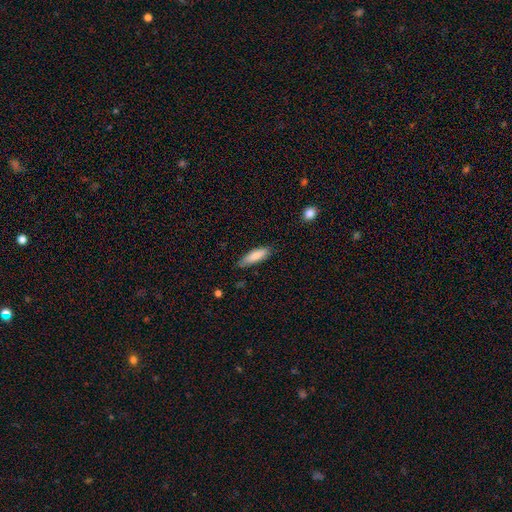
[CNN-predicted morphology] Smooth or featured? smooth (83%)
How rounded? cigar-shaped (54%)
Merging? none (79%)